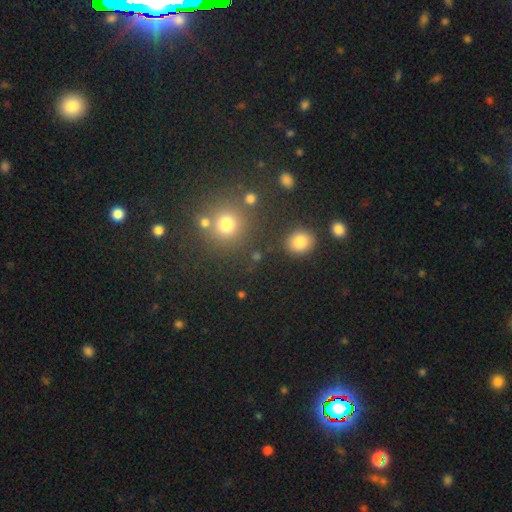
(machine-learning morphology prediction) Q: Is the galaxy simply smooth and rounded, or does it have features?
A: smooth — 68%.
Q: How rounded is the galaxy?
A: round — 83%.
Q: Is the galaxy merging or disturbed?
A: none — 82%.